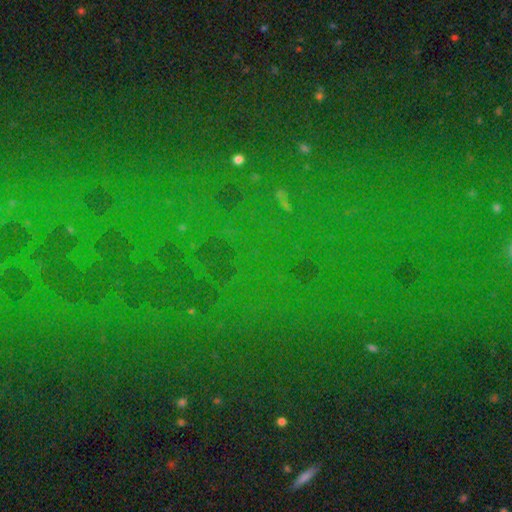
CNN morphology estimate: Smooth or featured? Predicted: star or artifact (p=0.81).